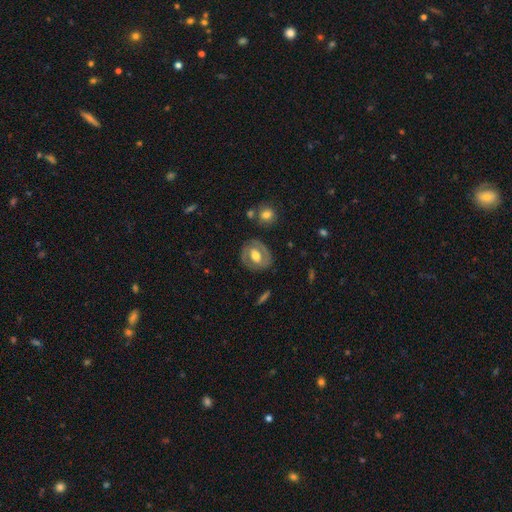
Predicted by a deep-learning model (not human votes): Smooth or featured? Predicted: featured or disk (p=0.61). Edge-on disk? Predicted: no (p=0.94). Bar? Predicted: no (p=0.41). Spiral arms? Predicted: no (p=0.51). Bulge size? Predicted: moderate (p=0.64). Merging? Predicted: none (p=0.78).